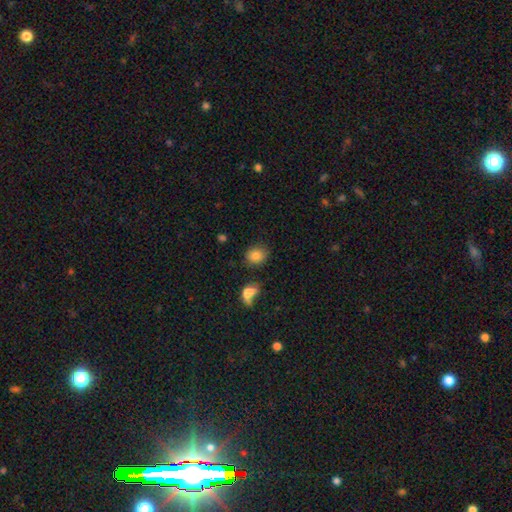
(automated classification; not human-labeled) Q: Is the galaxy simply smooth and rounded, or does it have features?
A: smooth — 83%.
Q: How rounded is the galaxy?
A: round — 66%.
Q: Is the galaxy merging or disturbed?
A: none — 74%.